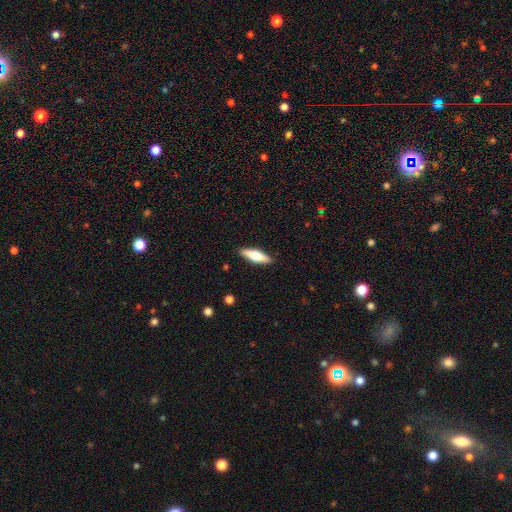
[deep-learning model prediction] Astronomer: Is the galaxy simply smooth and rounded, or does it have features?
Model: smooth — 53% (runner-up: featured or disk, 42%).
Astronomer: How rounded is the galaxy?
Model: cigar-shaped — 60% (runner-up: in between, 38%).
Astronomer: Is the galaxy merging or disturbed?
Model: none — 89%.